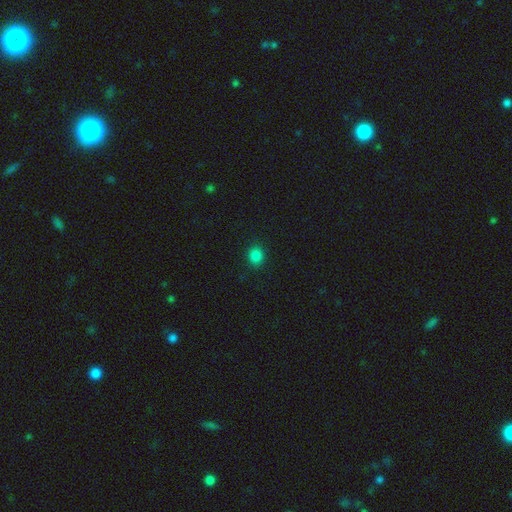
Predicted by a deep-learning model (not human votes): The model was most divided on "how rounded": round: 76%, in between: 23%, cigar-shaped: 1%. More confident: merging — none (91%); smooth or featured — smooth (83%).